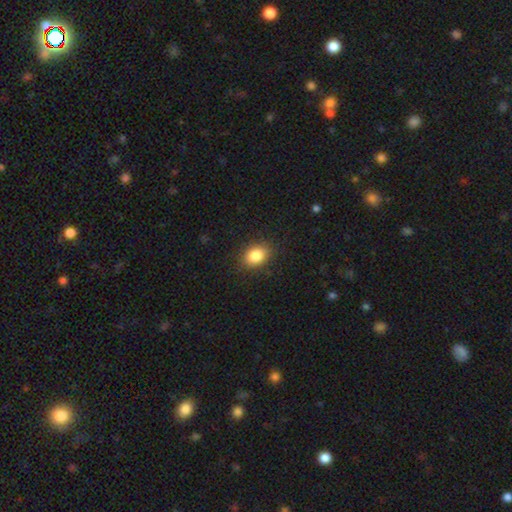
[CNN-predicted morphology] smooth-or-featured: smooth: 86% | star or artifact: 9% | featured or disk: 5%
  how-rounded: in between: 70% | round: 29% | cigar-shaped: 1%
  merging: none: 87% | minor disturbance: 10% | major disturbance: 3% | merger: 1%